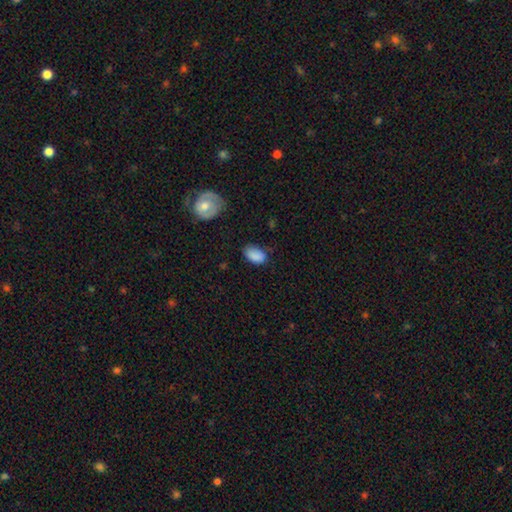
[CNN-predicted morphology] Smooth or featured: smooth — 87% (star or artifact — 7%)
How rounded: in between — 91% (round — 7%)
Merging: none — 63% (minor disturbance — 29%)